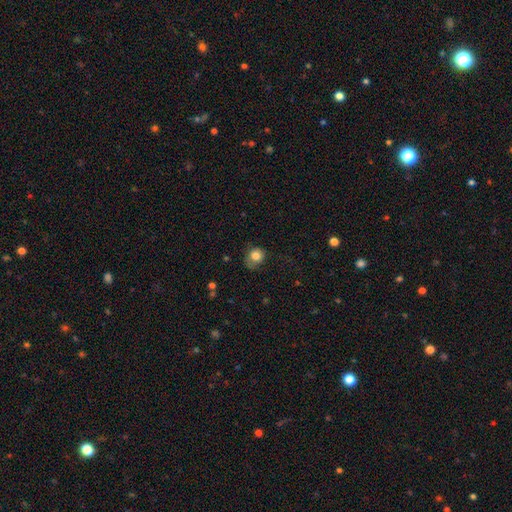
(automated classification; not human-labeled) Morphology: type=smooth (79%); roundness=round (76%); merging=none (54%).